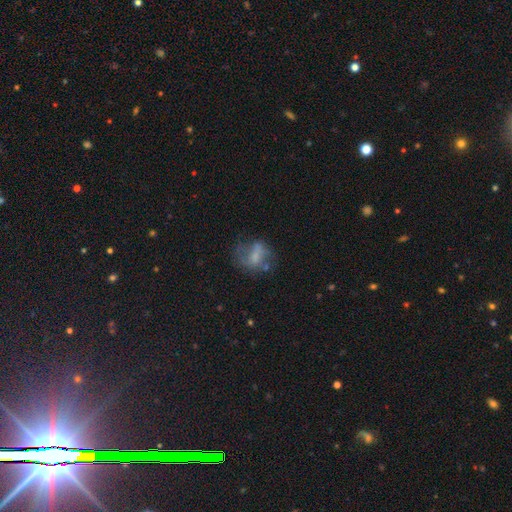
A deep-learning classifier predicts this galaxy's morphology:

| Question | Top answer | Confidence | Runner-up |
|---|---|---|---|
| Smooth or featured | smooth | 46% | featured or disk (43%) |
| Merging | none | 40% | major disturbance (30%) |